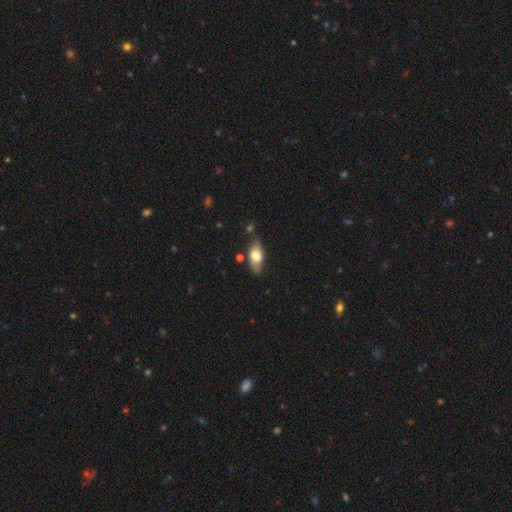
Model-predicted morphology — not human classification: smooth-or-featured: smooth: 71% | featured or disk: 23% | star or artifact: 6%
  how-rounded: in between: 87% | cigar-shaped: 9% | round: 4%
  merging: none: 73% | minor disturbance: 18% | merger: 5% | major disturbance: 4%